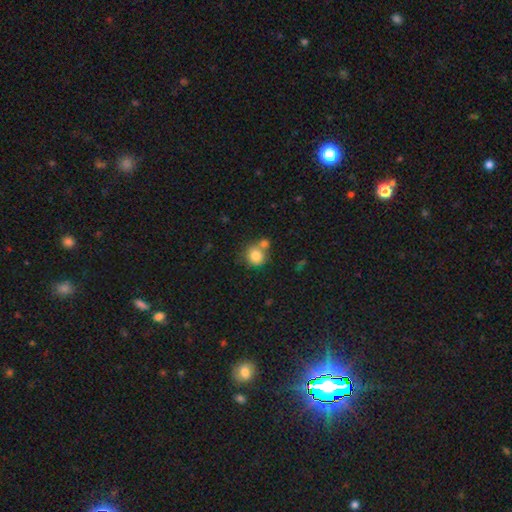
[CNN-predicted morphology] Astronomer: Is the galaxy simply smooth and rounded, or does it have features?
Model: smooth — 82%.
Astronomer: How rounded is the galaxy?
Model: round — 84%.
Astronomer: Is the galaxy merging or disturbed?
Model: none — 52% (runner-up: merger, 32%).